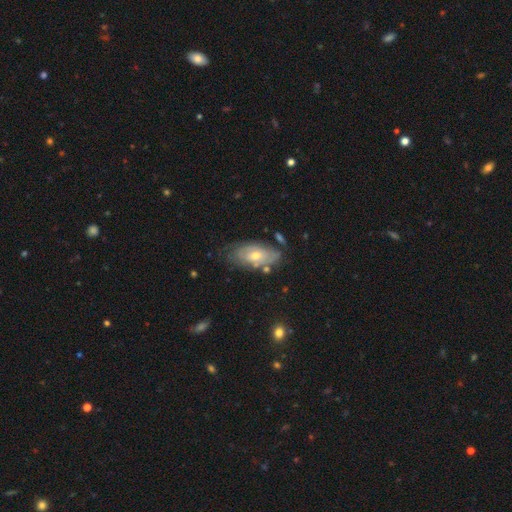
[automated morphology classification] Overall: featured or disk (55%; smooth 38%). Edge-on disk: no (88%). Merging: none (64%).